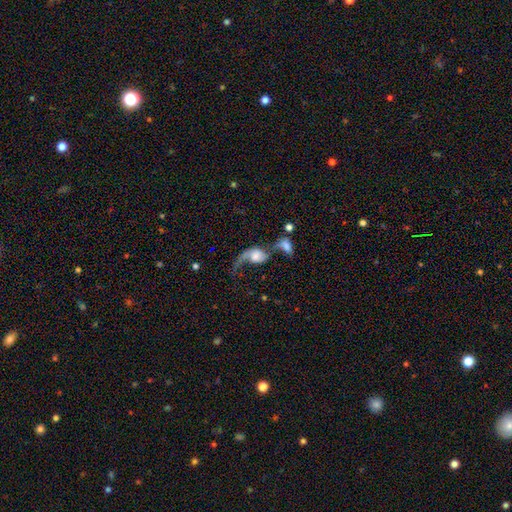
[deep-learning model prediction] Smooth or featured?
  - featured or disk: 59% *
  - smooth: 32%
  - star or artifact: 9%
Edge-on disk?
  - no: 94% *
  - yes: 6%
Bar?
  - no: 67% *
  - weak: 27%
  - strong: 7%
Spiral arms?
  - yes: 81% *
  - no: 19%
Bulge size?
  - moderate: 34% *
  - large: 26%
  - small: 20%
  - none: 13%
  - dominant: 7%
Merging?
  - merger: 46% *
  - major disturbance: 29%
  - none: 16%
  - minor disturbance: 9%